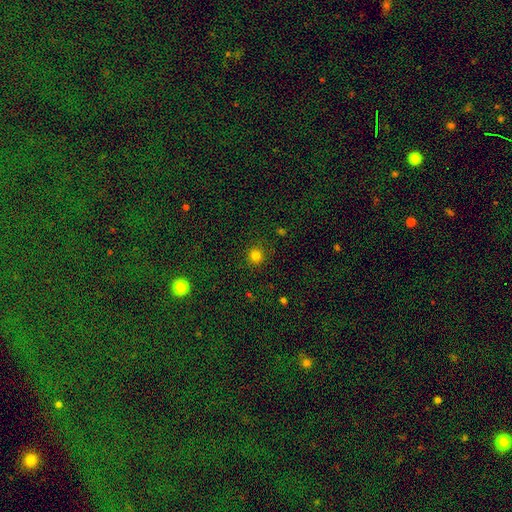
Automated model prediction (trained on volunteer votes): smooth-or-featured: smooth: 80% | star or artifact: 15% | featured or disk: 5%
  how-rounded: round: 93% | in between: 6% | cigar-shaped: 1%
  merging: none: 89% | minor disturbance: 7% | major disturbance: 3% | merger: 1%